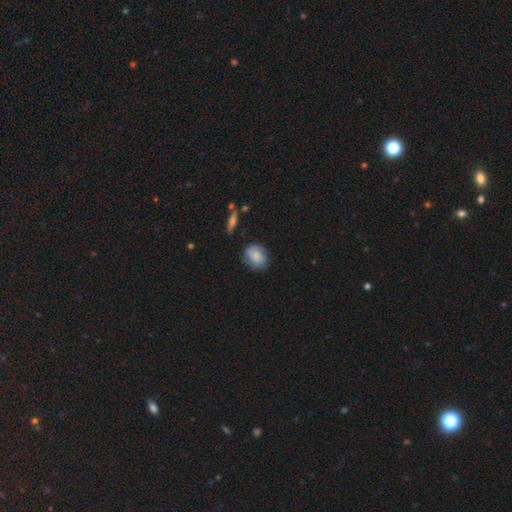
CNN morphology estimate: The model was most divided on "how rounded": in between: 57%, round: 41%, cigar-shaped: 1%. More confident: smooth or featured — smooth (73%); merging — none (71%).